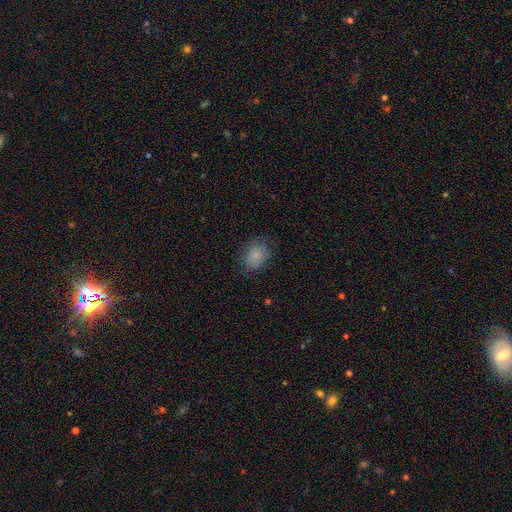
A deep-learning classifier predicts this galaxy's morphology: A smooth galaxy with no disk features (83%) that is in between round and cigar-shaped (66%). Merging: none (72%).